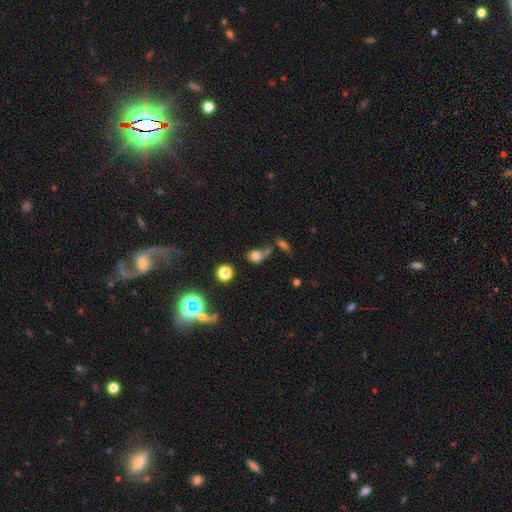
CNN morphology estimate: smooth 74%, star or artifact 17%, featured or disk 9%. Down the decision tree: how rounded — round (54%); merging — none (49%).